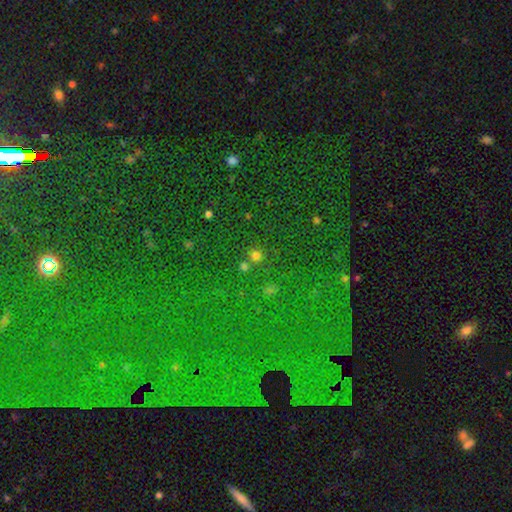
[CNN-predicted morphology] The model was most divided on "smooth or featured": smooth: 61%, star or artifact: 32%, featured or disk: 7%. More confident: how rounded — round (89%); merging — none (71%).